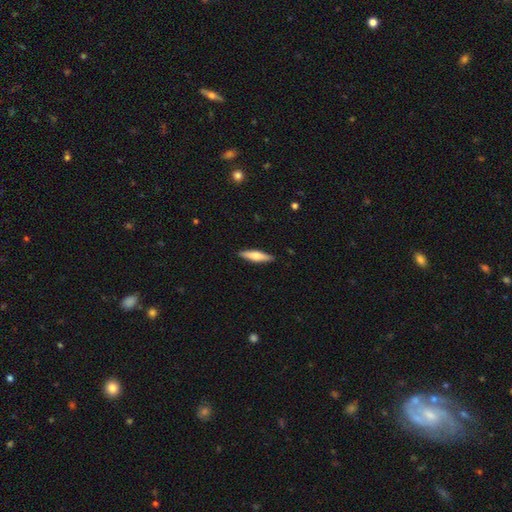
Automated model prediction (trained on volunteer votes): Smooth or featured: smooth — 57% (featured or disk — 38%)
How rounded: cigar-shaped — 75% (in between — 23%)
Merging: none — 90% (minor disturbance — 7%)